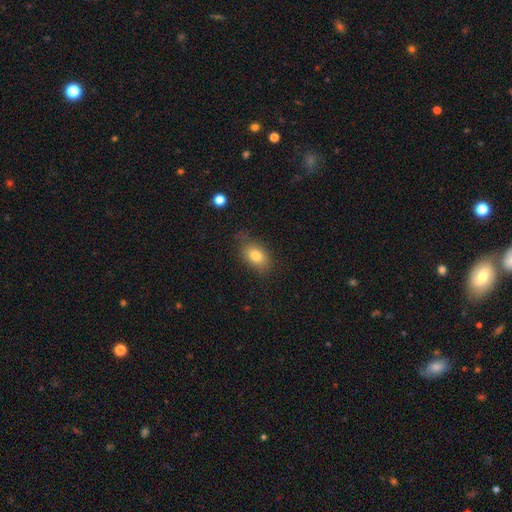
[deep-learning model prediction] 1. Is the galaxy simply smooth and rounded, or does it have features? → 81% smooth, 10% featured or disk, 9% star or artifact.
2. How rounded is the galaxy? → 85% in between, 12% round, 2% cigar-shaped.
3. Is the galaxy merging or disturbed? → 71% none, 21% minor disturbance, 6% major disturbance, 2% merger.